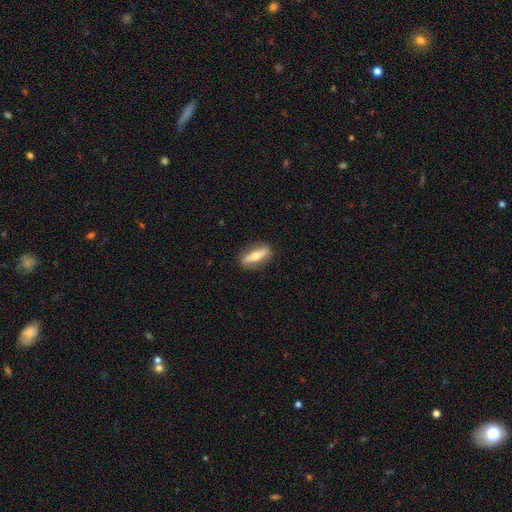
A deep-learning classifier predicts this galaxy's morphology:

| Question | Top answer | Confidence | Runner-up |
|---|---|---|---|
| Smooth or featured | featured or disk | 58% | smooth (37%) |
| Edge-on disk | yes | 65% | no (35%) |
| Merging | none | 86% | minor disturbance (10%) |